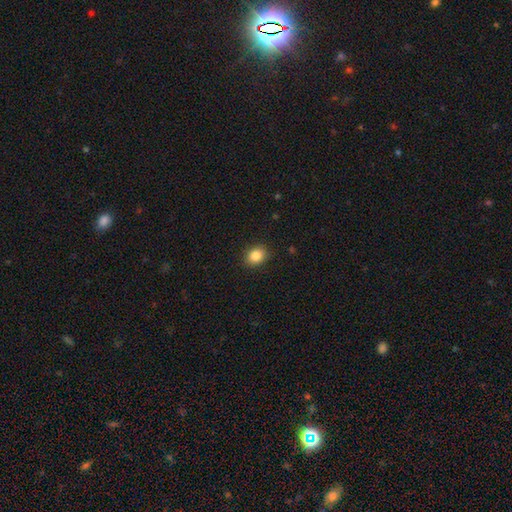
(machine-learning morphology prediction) This is clearly a smooth galaxy (85%). How rounded: possibly in between (52%). Merging: clearly none (89%).